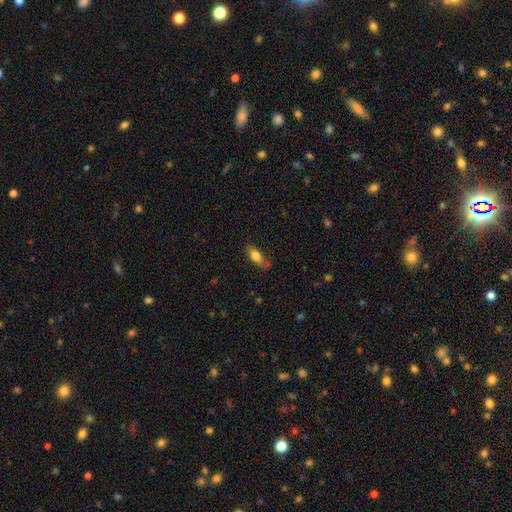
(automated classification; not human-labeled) Overall: smooth (77%). How rounded: in between (73%). Merging: none (70%).